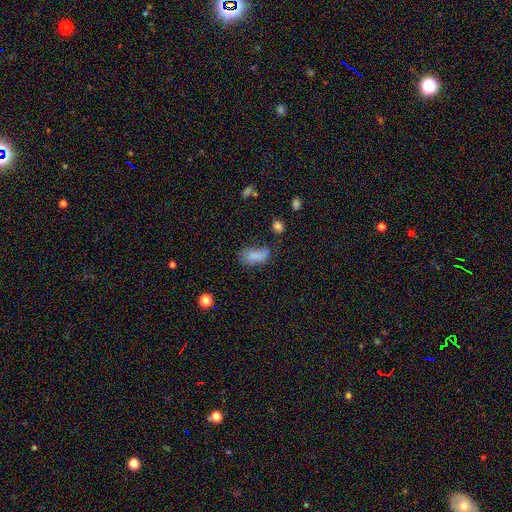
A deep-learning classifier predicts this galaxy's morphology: The model was most divided on "merging": none: 46%, minor disturbance: 31%, major disturbance: 18%, merger: 6%. More confident: how rounded — in between (90%); smooth or featured — smooth (79%).